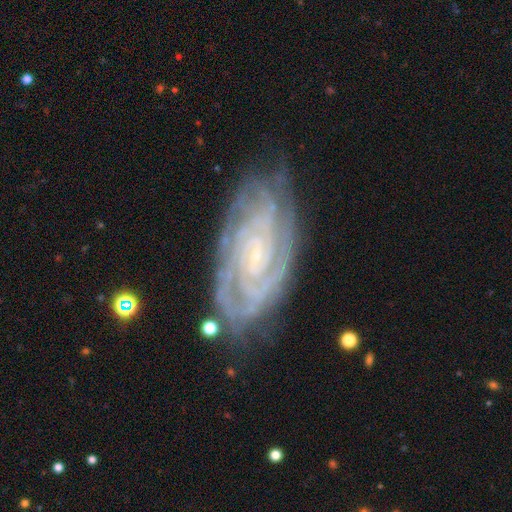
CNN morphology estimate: Overall: featured or disk (89%). Edge-on disk: no (95%). Bar: no (63%; weak 25%). Spiral arms: yes (98%). Spiral arm count: 2 (28%; 3 22%). Spiral winding: tight (81%). Bulge size: small (84%). Merging: none (75%).